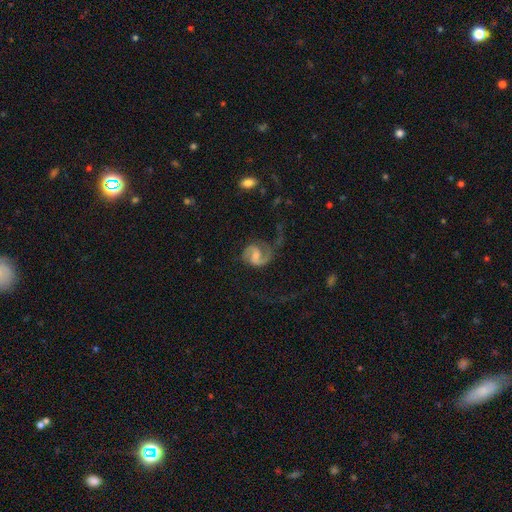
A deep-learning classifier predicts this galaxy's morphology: featured or disk 87%, smooth 7%, star or artifact 5%. Down the decision tree: edge-on disk — no (98%); bar — weak (52%); spiral arms — yes (97%); spiral arm count — 2 (87%); spiral winding — medium (50%); bulge size — moderate (43%); merging — none (53%).